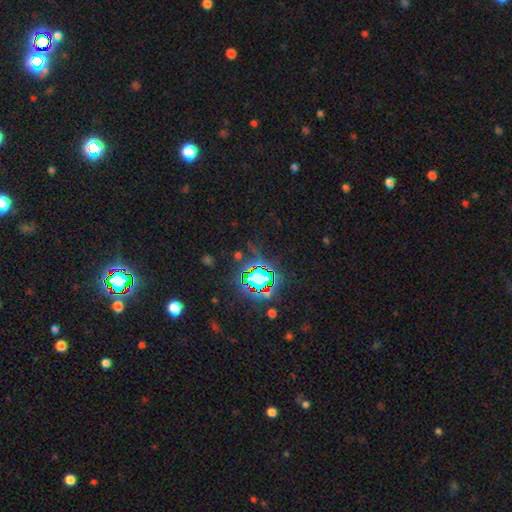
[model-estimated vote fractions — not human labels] Morphology: type=star or artifact (83%).